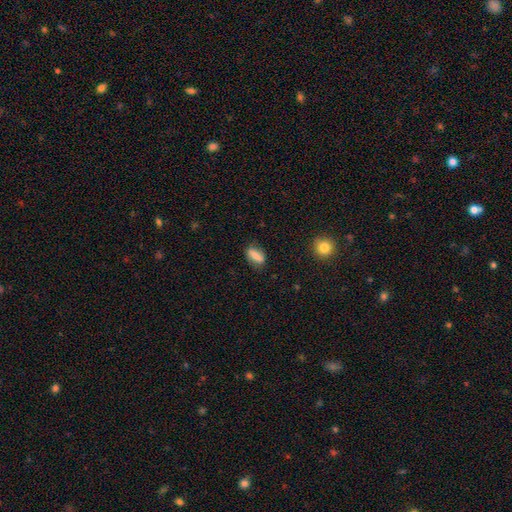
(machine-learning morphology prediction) smooth-or-featured: smooth: 78% | featured or disk: 14% | star or artifact: 8%
  how-rounded: in between: 72% | cigar-shaped: 21% | round: 7%
  merging: none: 80% | minor disturbance: 15% | major disturbance: 4% | merger: 2%